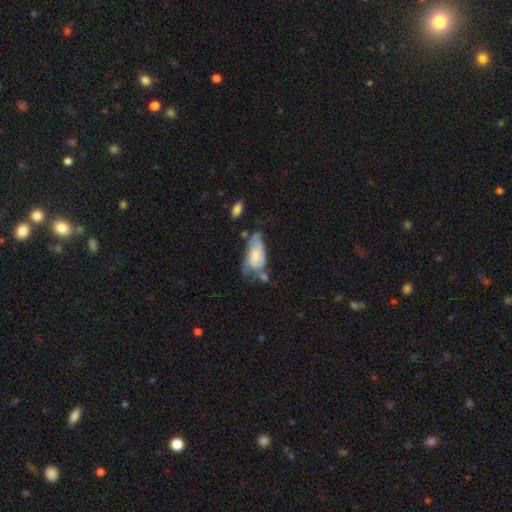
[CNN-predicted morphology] Smooth or featured: smooth — 62% (featured or disk — 30%)
How rounded: in between — 89% (cigar-shaped — 7%)
Merging: minor disturbance — 30% (major disturbance — 27%)